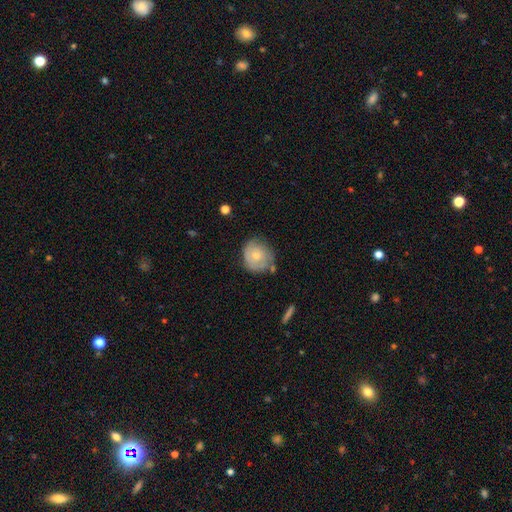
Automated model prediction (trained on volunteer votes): Morphology: type=smooth (53%); roundness=round (78%); merging=none (58%).